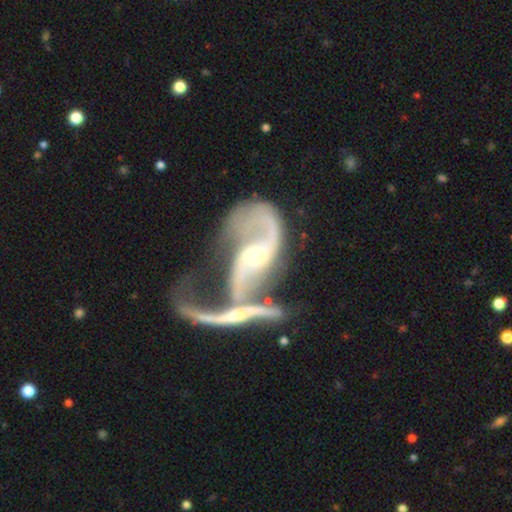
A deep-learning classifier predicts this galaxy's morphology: Smooth or featured: featured or disk — 87% (smooth — 7%)
Edge-on disk: no — 94% (yes — 6%)
Bar: no — 48% (weak — 35%)
Spiral arms: yes — 90% (no — 10%)
Spiral winding: loose — 62% (medium — 28%)
Spiral arm count: 2 — 77% (1 — 10%)
Bulge size: moderate — 55% (small — 38%)
Merging: merger — 62% (major disturbance — 19%)